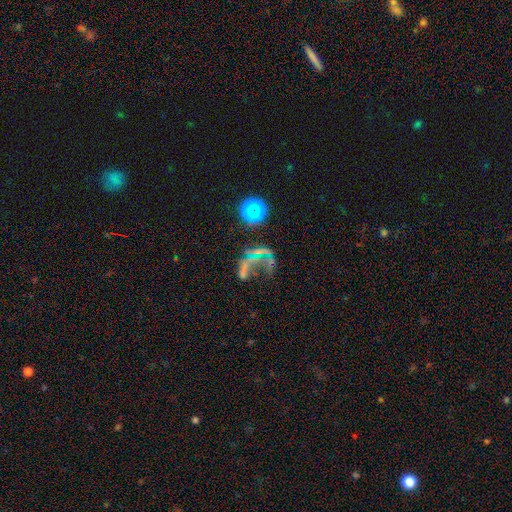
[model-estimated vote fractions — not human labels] The model was most divided on "smooth or featured": star or artifact: 49%, smooth: 26%, featured or disk: 25%.